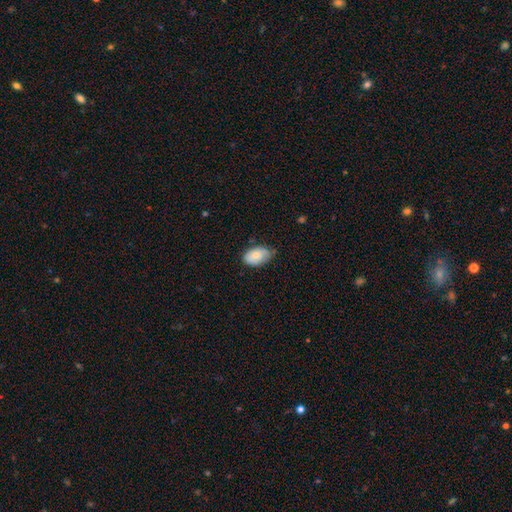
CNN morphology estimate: Q: Smooth or featured?
A: smooth (76%); runner-up: featured or disk (18%)
Q: How rounded?
A: in between (91%); runner-up: round (8%)
Q: Merging?
A: none (58%); runner-up: minor disturbance (35%)